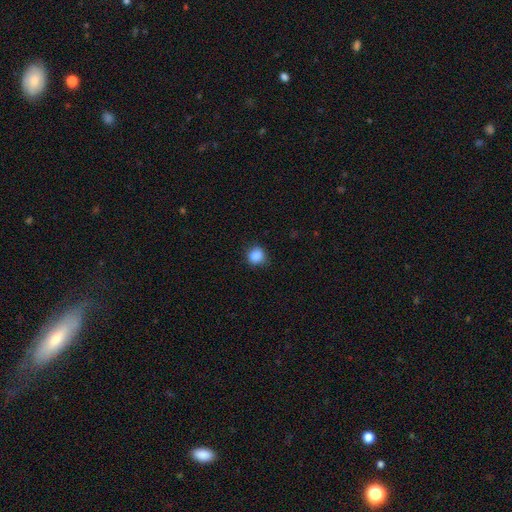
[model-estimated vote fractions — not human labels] Smooth or featured: smooth — 87% (star or artifact — 10%)
How rounded: round — 86% (in between — 13%)
Merging: none — 80% (minor disturbance — 15%)